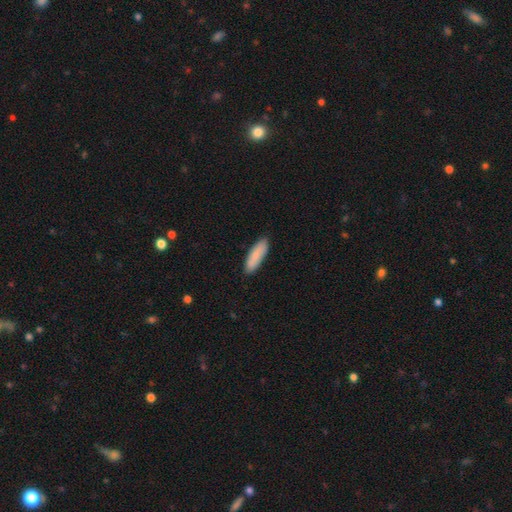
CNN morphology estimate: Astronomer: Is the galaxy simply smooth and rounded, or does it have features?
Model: smooth — 84%.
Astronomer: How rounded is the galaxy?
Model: in between — 49%, tied with cigar-shaped at 49%.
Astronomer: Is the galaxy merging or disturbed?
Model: none — 87%.